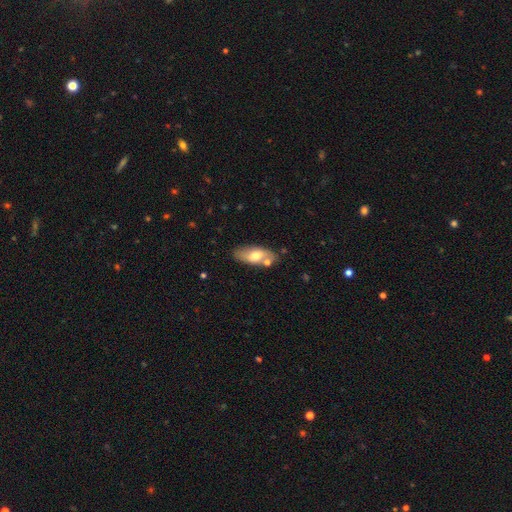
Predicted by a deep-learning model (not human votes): Morphology: type=smooth (61%); roundness=in between (84%); merging=none (71%).